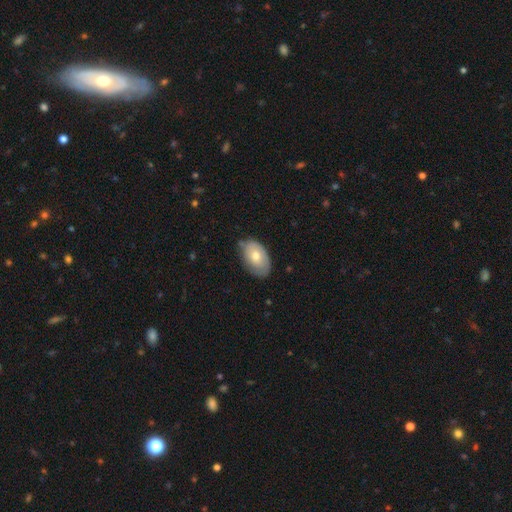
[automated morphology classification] Smooth or featured?
  - smooth: 63% *
  - featured or disk: 31%
  - star or artifact: 6%
How rounded?
  - in between: 91% *
  - round: 8%
  - cigar-shaped: 1%
Merging?
  - none: 68% *
  - minor disturbance: 26%
  - major disturbance: 5%
  - merger: 2%